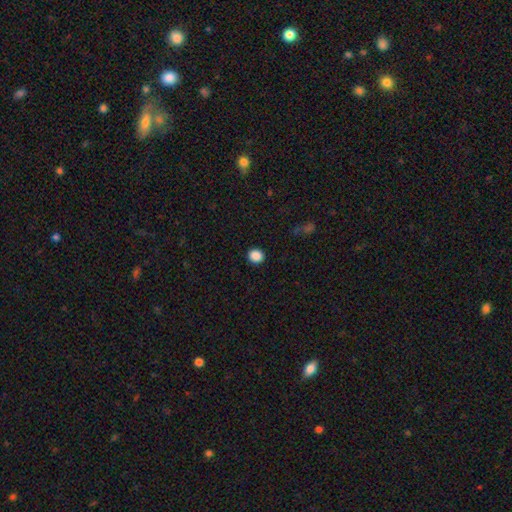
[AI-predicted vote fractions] Q: Smooth or featured?
A: smooth (88%); runner-up: star or artifact (9%)
Q: How rounded?
A: round (80%); runner-up: in between (19%)
Q: Merging?
A: none (91%); runner-up: minor disturbance (6%)